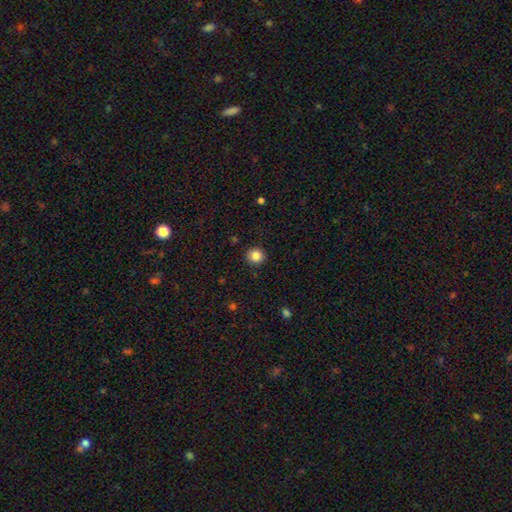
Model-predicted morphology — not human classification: smooth_or_featured: smooth (p=0.85) [alt: star or artifact p=0.10]
how_rounded: round (p=0.90) [alt: in between p=0.09]
merging: none (p=0.91) [alt: minor disturbance p=0.06]